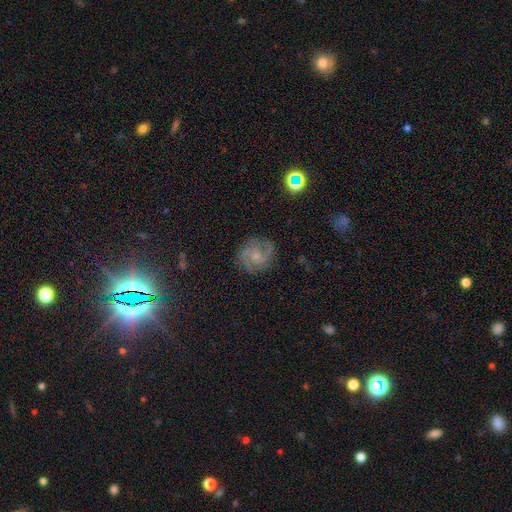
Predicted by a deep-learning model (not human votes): smooth-or-featured: featured or disk: 73% | smooth: 18% | star or artifact: 10%
  disk-edge-on: no: 98% | yes: 2%
    bar: no: 64% | weak: 31% | strong: 5%
    has-spiral-arms: yes: 94% | no: 6%
      spiral-winding: medium: 48% | tight: 38% | loose: 15%
      spiral-arm-count: 2: 54% | 3: 19% | can't tell: 15% | 4: 4% | 1: 4% | more than 4: 4%
    bulge-size: small: 60% | moderate: 30% | none: 7% | large: 2% | dominant: 1%
  merging: none: 79% | minor disturbance: 14% | major disturbance: 5% | merger: 1%